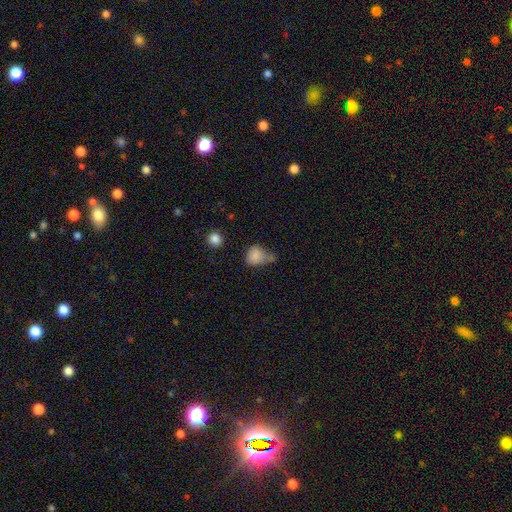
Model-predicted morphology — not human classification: Smooth or featured?
  - smooth: 78% *
  - star or artifact: 12%
  - featured or disk: 10%
How rounded?
  - round: 50% *
  - in between: 49%
  - cigar-shaped: 1%
Merging?
  - minor disturbance: 32% *
  - none: 31%
  - major disturbance: 22%
  - merger: 14%